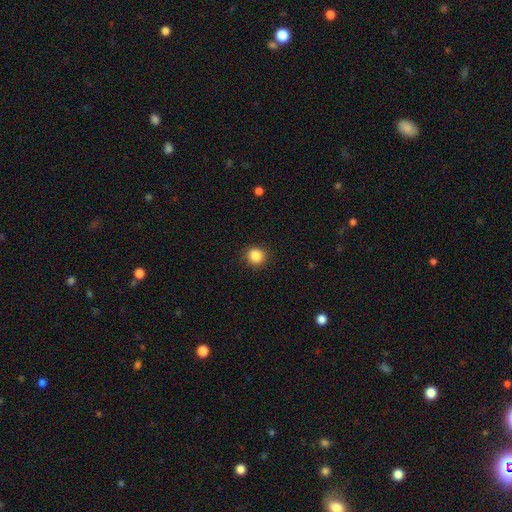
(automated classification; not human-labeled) This is clearly a smooth galaxy (87%). How rounded: clearly round (88%). Merging: clearly none (89%).